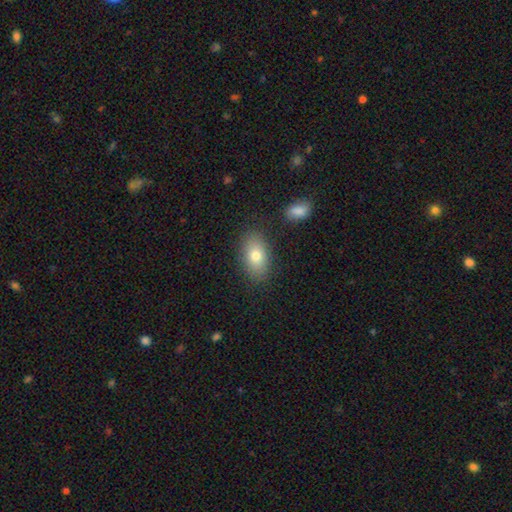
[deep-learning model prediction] A smooth galaxy with no disk features (78%) that is in between round and cigar-shaped (90%).

Vote fractions:
- Smooth or featured? smooth: 78% / featured or disk: 14% / star or artifact: 8%
- How rounded? in between: 90% / round: 7% / cigar-shaped: 2%
- Merging? none: 83% / minor disturbance: 11% / merger: 3% / major disturbance: 3%